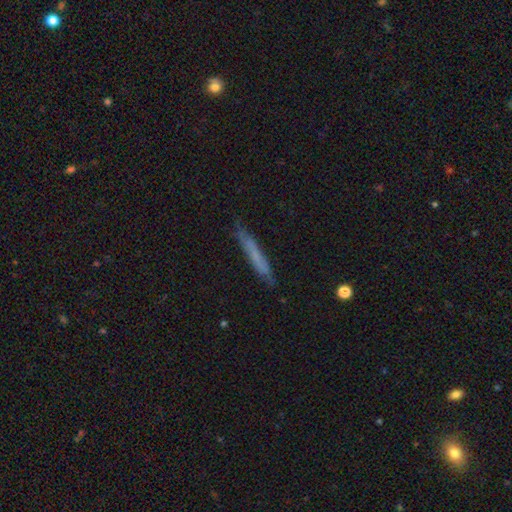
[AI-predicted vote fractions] Morphology: type=smooth (59%); roundness=cigar-shaped (96%); merging=none (83%).